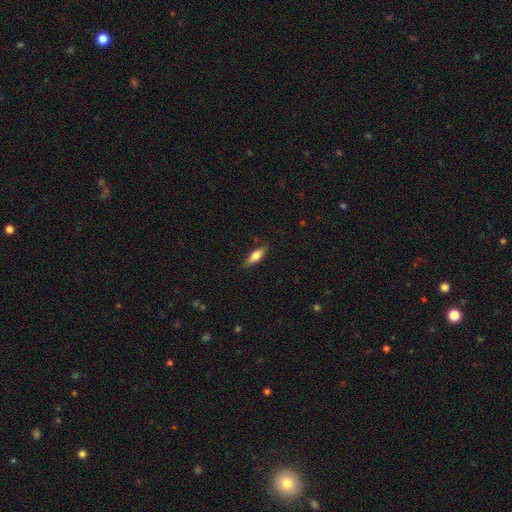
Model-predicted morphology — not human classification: type=smooth (67%); roundness=in between (56%); merging=none (84%).